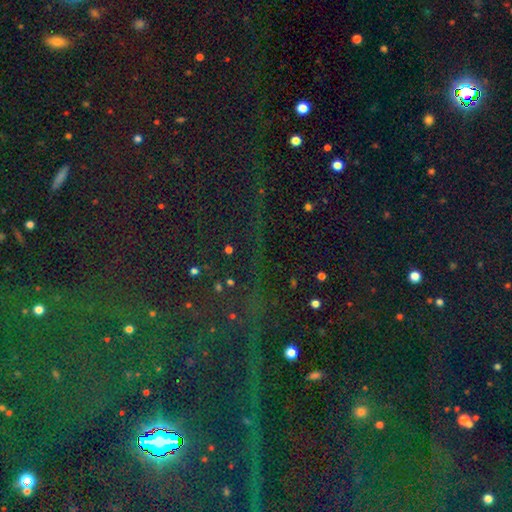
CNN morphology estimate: This is clearly a star or artifact rather than a galaxy (87%).